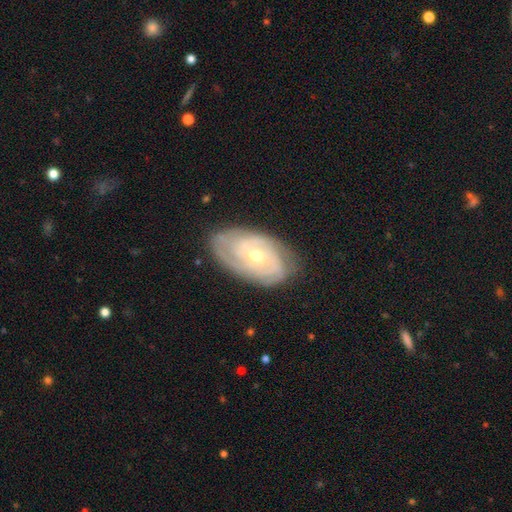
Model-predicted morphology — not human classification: A featured or disk galaxy (83%) with no bar (62%), tight (73%) spiral arms (94%) and a moderate central bulge (51%). Merging: none (77%).